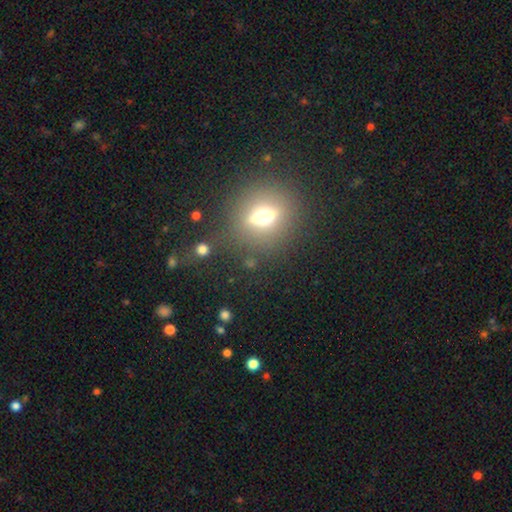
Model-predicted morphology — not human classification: Smooth or featured? Predicted: smooth (p=0.56). How rounded? Predicted: round (p=0.56). Merging? Predicted: none (p=0.86).